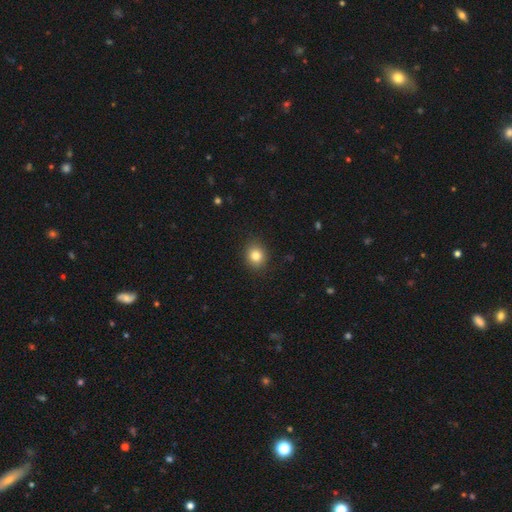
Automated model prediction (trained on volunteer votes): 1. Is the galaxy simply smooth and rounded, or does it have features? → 83% smooth, 11% star or artifact, 6% featured or disk.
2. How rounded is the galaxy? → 74% round, 25% in between, 1% cigar-shaped.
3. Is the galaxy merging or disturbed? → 89% none, 8% minor disturbance, 2% major disturbance, 1% merger.